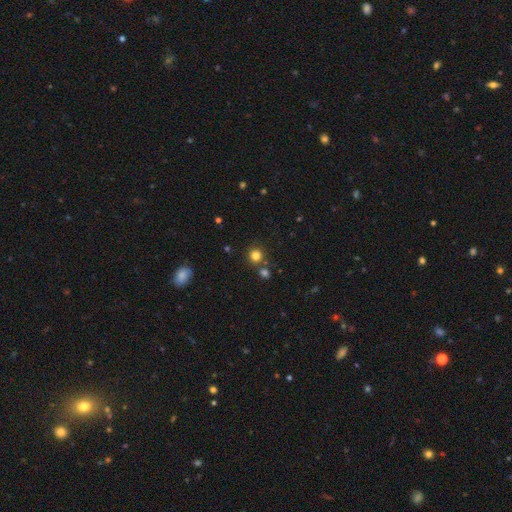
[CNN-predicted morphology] A smooth galaxy with no disk features (80%) that is round (91%). Merging: none (77%).